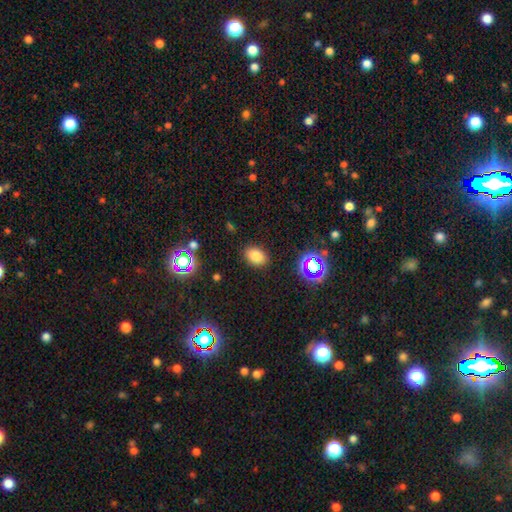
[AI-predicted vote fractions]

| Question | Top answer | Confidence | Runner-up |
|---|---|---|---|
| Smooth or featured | smooth | 79% | star or artifact (15%) |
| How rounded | in between | 77% | round (22%) |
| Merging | none | 87% | minor disturbance (9%) |